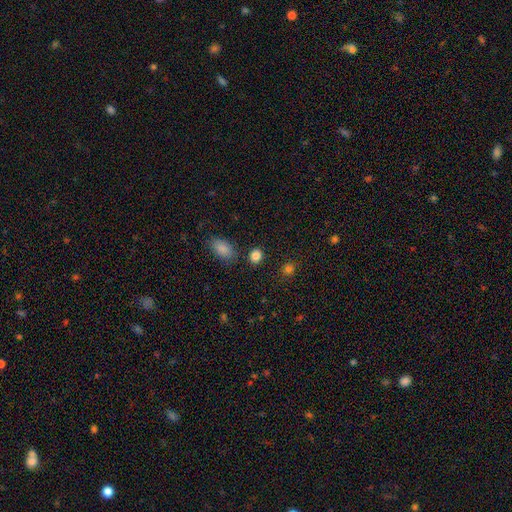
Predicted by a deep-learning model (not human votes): smooth-or-featured: smooth: 85% | star or artifact: 11% | featured or disk: 3%
  how-rounded: round: 69% | in between: 30% | cigar-shaped: 1%
  merging: none: 85% | minor disturbance: 8% | merger: 5% | major disturbance: 3%